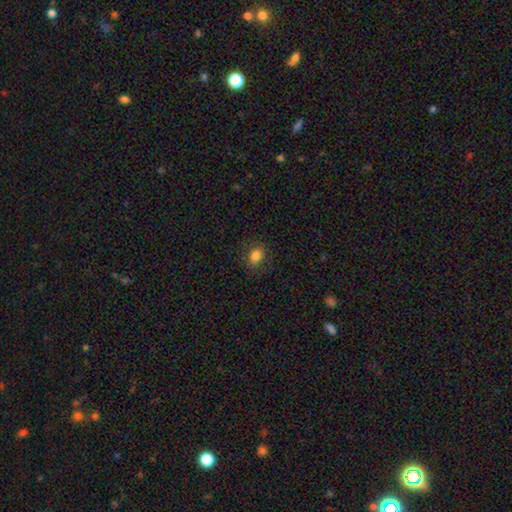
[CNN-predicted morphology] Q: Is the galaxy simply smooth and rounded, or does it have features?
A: smooth — 83%.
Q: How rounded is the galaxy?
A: in between — 64%.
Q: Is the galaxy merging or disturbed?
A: none — 85%.